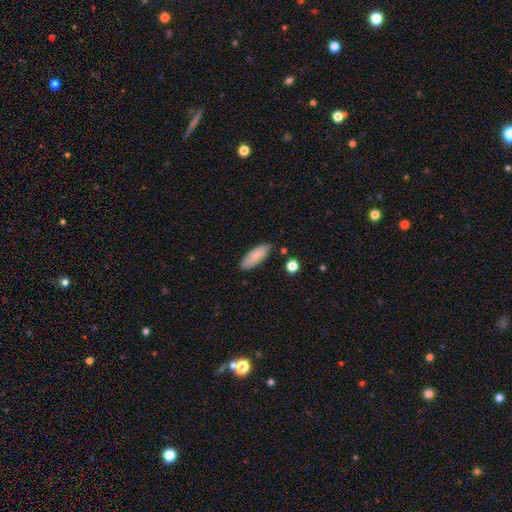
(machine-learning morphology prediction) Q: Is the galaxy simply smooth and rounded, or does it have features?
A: smooth — 84%.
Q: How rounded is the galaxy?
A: in between — 68%.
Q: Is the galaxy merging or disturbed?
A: none — 80%.